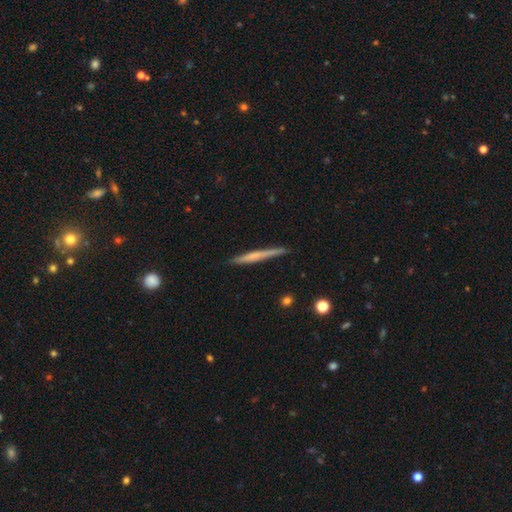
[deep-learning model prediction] smooth-or-featured: smooth: 48% | featured or disk: 47% | star or artifact: 6%
  merging: none: 88% | minor disturbance: 9% | major disturbance: 2% | merger: 1%